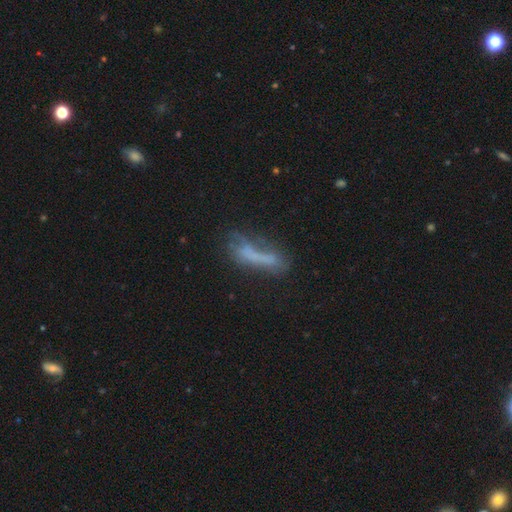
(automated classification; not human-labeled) This appears to be a smooth galaxy with no disk features (52%) that is cigar-shaped (67%). Merging: none (39%).